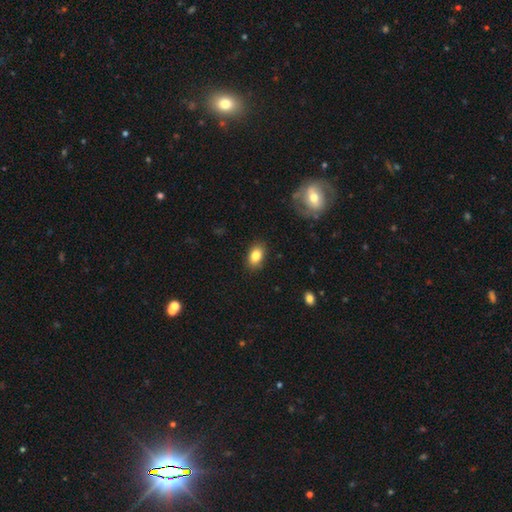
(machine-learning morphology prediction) This appears to be a smooth galaxy with no disk features (83%) that is in between round and cigar-shaped (86%). Merging: none (87%).